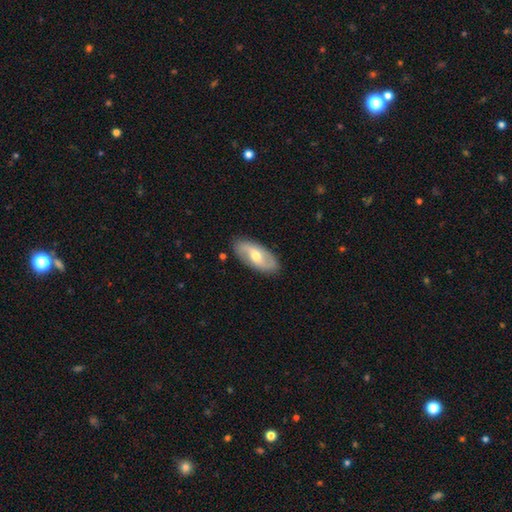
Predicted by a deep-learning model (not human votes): Q: Smooth or featured?
A: featured or disk (61%); runner-up: smooth (34%)
Q: Edge-on disk?
A: no (89%); runner-up: yes (11%)
Q: Bar?
A: weak (42%); runner-up: no (40%)
Q: Spiral arms?
A: yes (74%); runner-up: no (26%)
Q: Bulge size?
A: moderate (66%); runner-up: small (28%)
Q: Merging?
A: none (85%); runner-up: minor disturbance (11%)